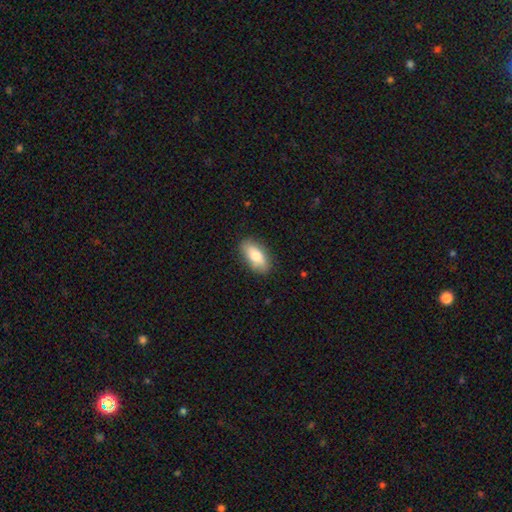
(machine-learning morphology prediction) A smooth galaxy with no disk features (74%) that is in between round and cigar-shaped (88%).

Vote fractions:
- Smooth or featured? smooth: 74% / featured or disk: 19% / star or artifact: 6%
- How rounded? in between: 88% / cigar-shaped: 8% / round: 4%
- Merging? none: 85% / minor disturbance: 12% / major disturbance: 2% / merger: 1%